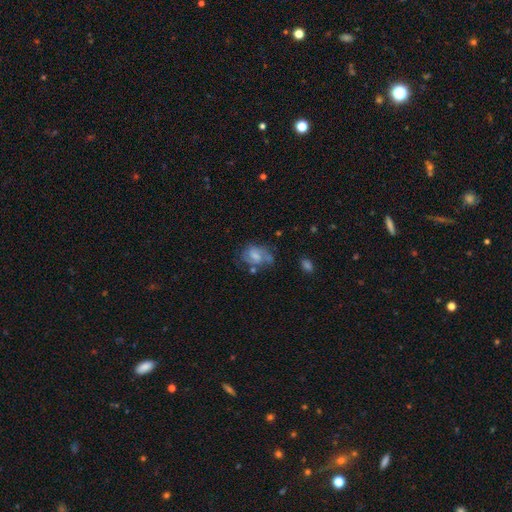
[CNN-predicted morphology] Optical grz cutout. It shows a featured or disk galaxy (50%). Merging: none (43%).